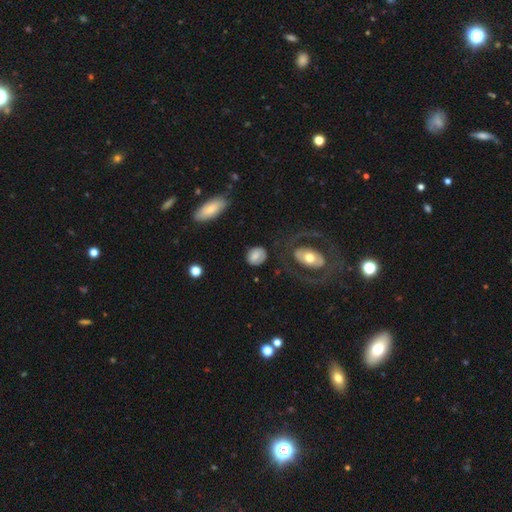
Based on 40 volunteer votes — Smooth or featured? 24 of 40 (60%) said smooth. How rounded? 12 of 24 (50%, tied with in between) said round. Merging? 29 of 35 (83%) said none.